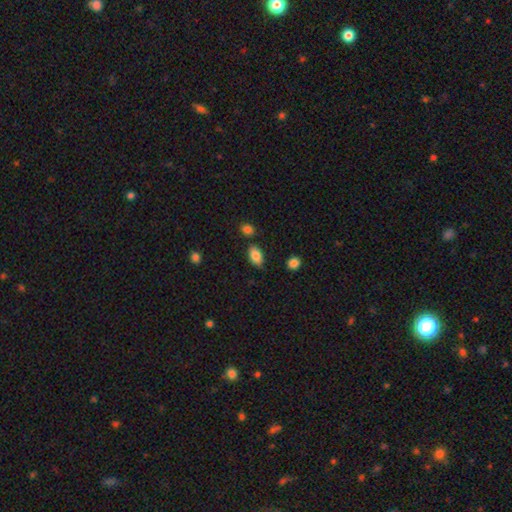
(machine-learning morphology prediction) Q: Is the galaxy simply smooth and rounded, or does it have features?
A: smooth — 84%.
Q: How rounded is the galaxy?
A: in between — 90%.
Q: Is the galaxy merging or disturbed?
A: none — 75%.